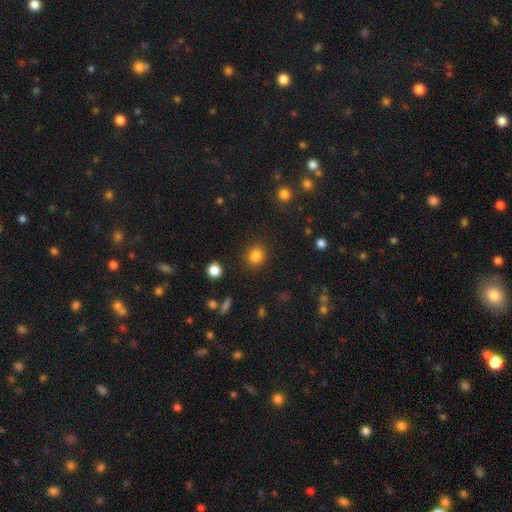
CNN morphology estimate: This appears to be a smooth galaxy with no disk features (83%) that is round (88%). Merging: none (88%).